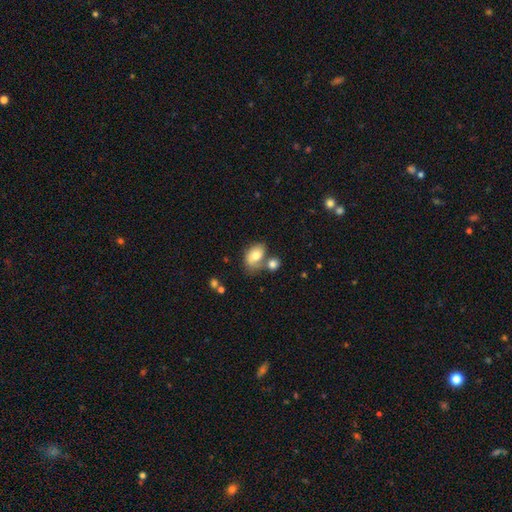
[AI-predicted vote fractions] A smooth galaxy with no disk features (72%) that is in between round and cigar-shaped (84%). Merging: none (45%).